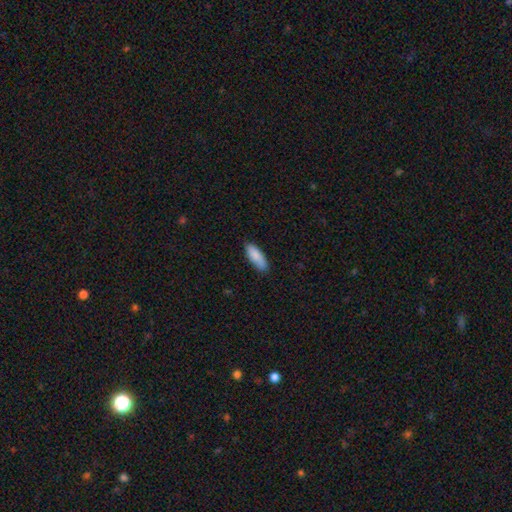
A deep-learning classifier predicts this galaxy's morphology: A smooth galaxy with no disk features (86%) that is in between round and cigar-shaped (69%).

Vote fractions:
- Smooth or featured? smooth: 86% / featured or disk: 8% / star or artifact: 6%
- How rounded? in between: 69% / cigar-shaped: 30% / round: 2%
- Merging? none: 77% / minor disturbance: 19% / major disturbance: 3% / merger: 1%